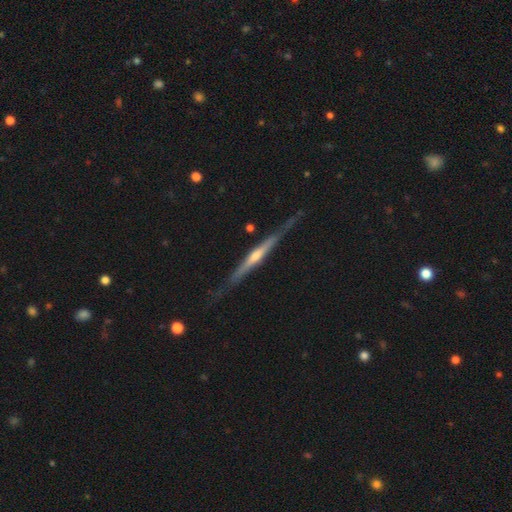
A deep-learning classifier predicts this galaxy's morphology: Smooth or featured? Predicted: featured or disk (p=0.81). Edge-on disk? Predicted: yes (p=0.97). Edge-on bulge? Predicted: rounded (p=0.69). Merging? Predicted: none (p=0.79).